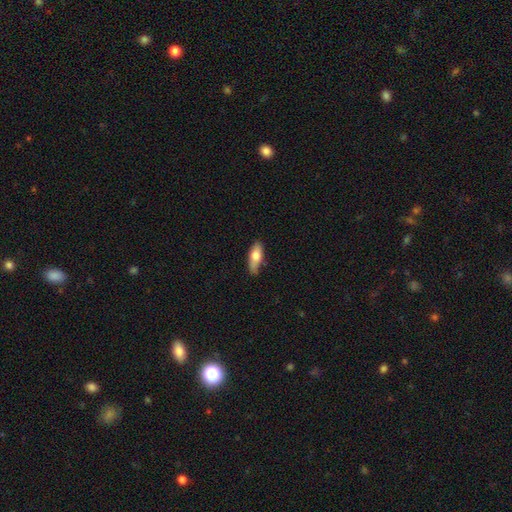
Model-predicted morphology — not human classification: Smooth or featured? smooth (71%)
How rounded? in between (70%)
Merging? none (71%)